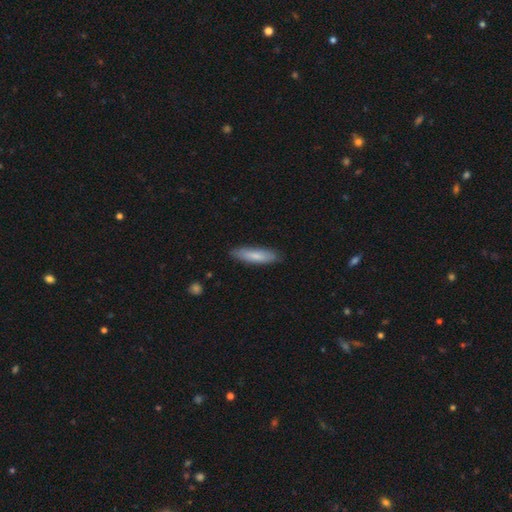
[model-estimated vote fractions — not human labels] Overall: smooth (76%). How rounded: cigar-shaped (70%). Merging: none (85%).